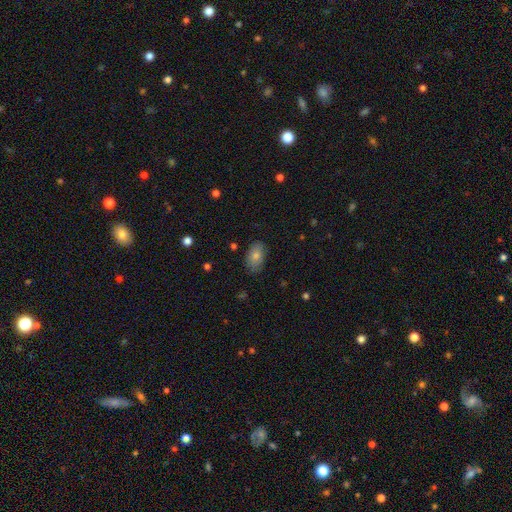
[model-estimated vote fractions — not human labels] Morphology: type=smooth (75%); roundness=in between (90%); merging=none (82%).